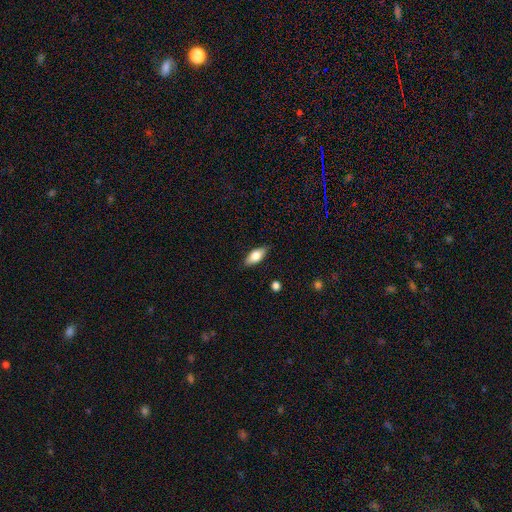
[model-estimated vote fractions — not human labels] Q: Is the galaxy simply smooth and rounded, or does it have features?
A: smooth — 71%.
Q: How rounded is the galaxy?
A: in between — 82%.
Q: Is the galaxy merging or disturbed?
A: none — 86%.